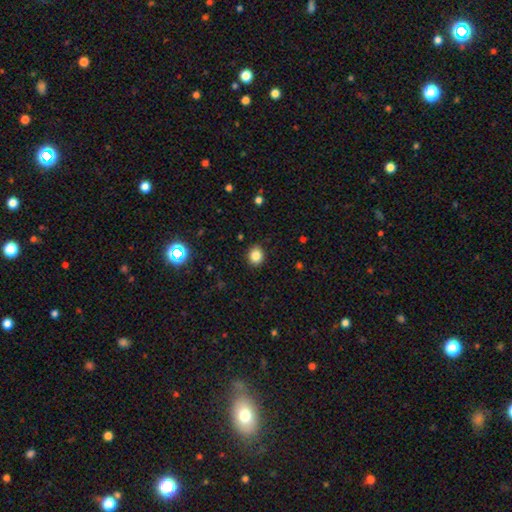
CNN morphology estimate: type=smooth (84%); roundness=round (70%); merging=none (89%).